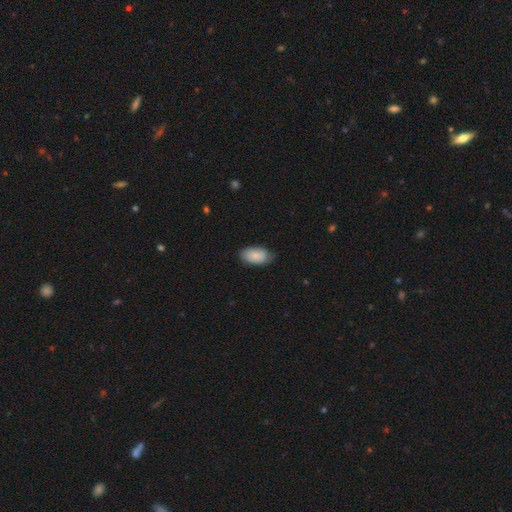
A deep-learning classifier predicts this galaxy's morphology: smooth 83%, featured or disk 11%, star or artifact 6%. Down the decision tree: how rounded — in between (94%); merging — none (74%).